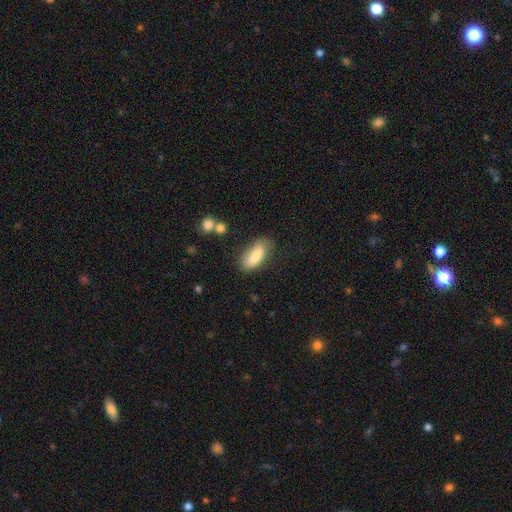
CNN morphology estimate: A smooth galaxy with no disk features (80%) that is in between round and cigar-shaped (80%). Merging: none (70%).